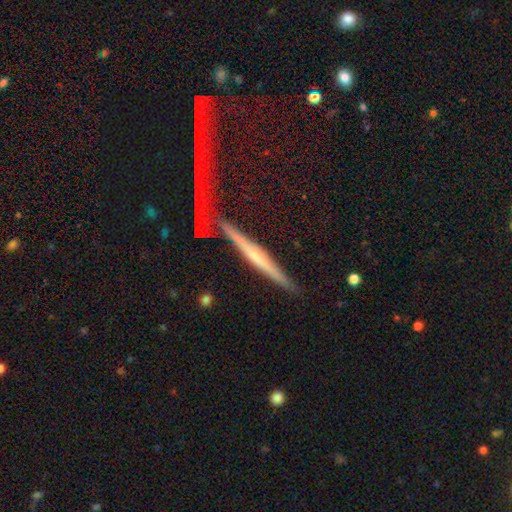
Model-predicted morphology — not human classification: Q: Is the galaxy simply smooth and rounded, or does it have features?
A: featured or disk — 65%.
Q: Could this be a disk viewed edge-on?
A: yes — 94%.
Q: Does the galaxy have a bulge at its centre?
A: rounded — 46%.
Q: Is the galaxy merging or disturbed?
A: none — 68%.